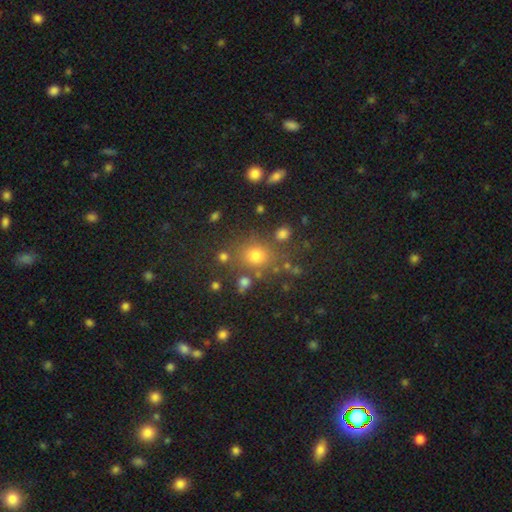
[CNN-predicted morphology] This appears to be a smooth galaxy with no disk features (70%) that is round (76%). Merging: none (74%).